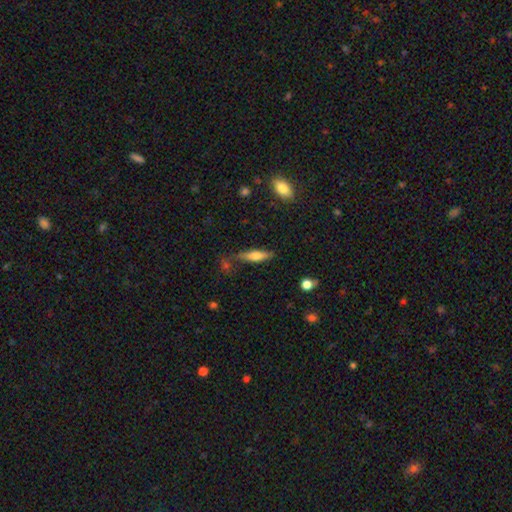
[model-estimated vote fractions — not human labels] Morphology: type=smooth (59%); roundness=cigar-shaped (70%); merging=none (76%).